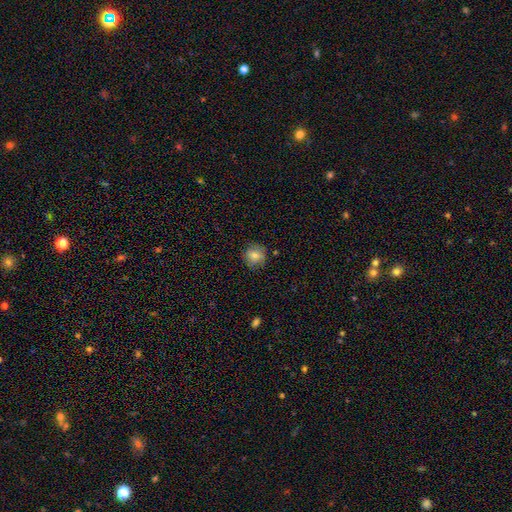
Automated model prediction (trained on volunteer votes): smooth_or_featured: smooth (p=0.78) [alt: featured or disk p=0.12]
how_rounded: round (p=0.88) [alt: in between p=0.11]
merging: none (p=0.83) [alt: minor disturbance p=0.13]